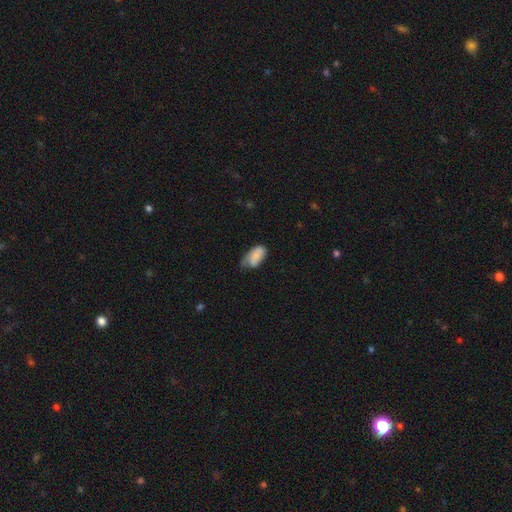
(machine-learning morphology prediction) Smooth or featured? Predicted: smooth (p=0.78). How rounded? Predicted: in between (p=0.94). Merging? Predicted: minor disturbance (p=0.44).